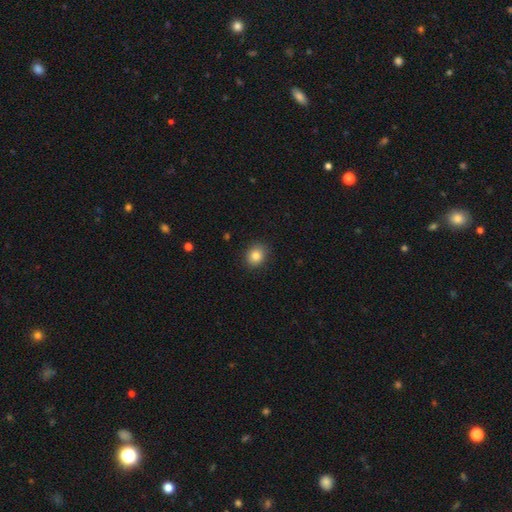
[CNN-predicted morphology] A smooth galaxy with no disk features (84%) that is round (70%).

Vote fractions:
- Smooth or featured? smooth: 84% / star or artifact: 10% / featured or disk: 7%
- How rounded? round: 70% / in between: 29% / cigar-shaped: 1%
- Merging? none: 88% / minor disturbance: 9% / major disturbance: 2% / merger: 1%